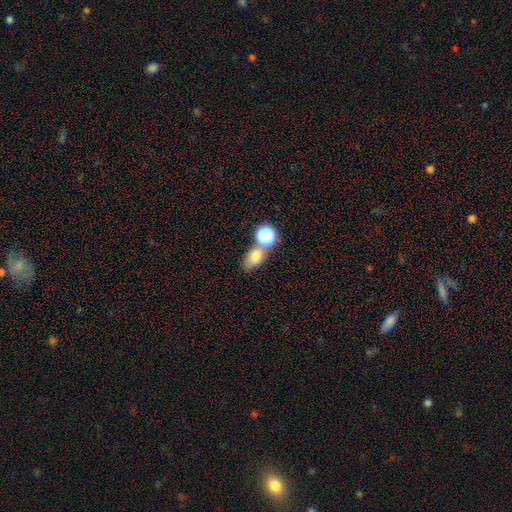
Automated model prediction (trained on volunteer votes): Overall: smooth (75%). How rounded: in between (72%). Merging: none (47%; merger 36%).